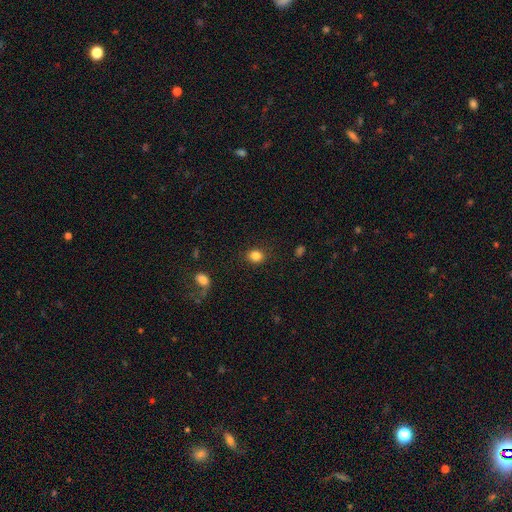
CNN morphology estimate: This appears to be a smooth galaxy with no disk features (84%) that is round (63%). Merging: none (86%).